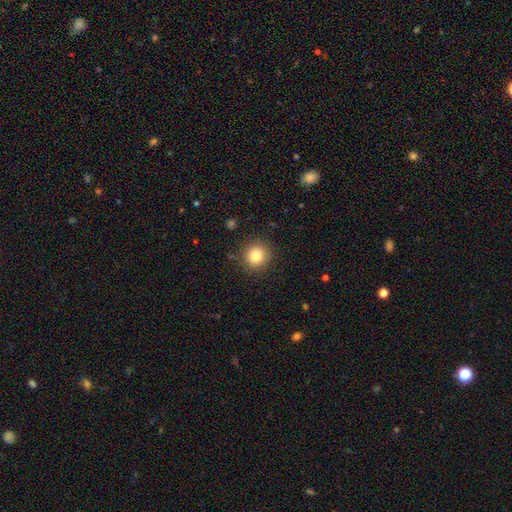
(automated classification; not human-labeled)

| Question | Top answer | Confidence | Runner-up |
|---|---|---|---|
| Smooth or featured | smooth | 83% | star or artifact (11%) |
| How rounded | round | 90% | in between (9%) |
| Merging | none | 88% | minor disturbance (8%) |